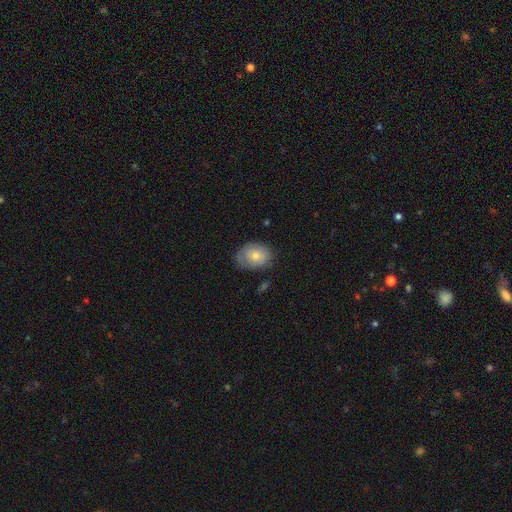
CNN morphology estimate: Overall: smooth (70%). How rounded: in between (65%; round 34%). Merging: none (64%; minor disturbance 26%).